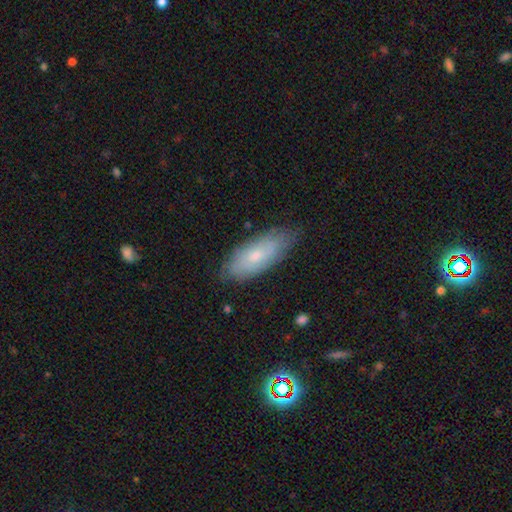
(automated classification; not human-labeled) The model was most divided on "smooth or featured": smooth: 60%, featured or disk: 33%, star or artifact: 7%. More confident: how rounded — in between (80%); merging — none (74%).